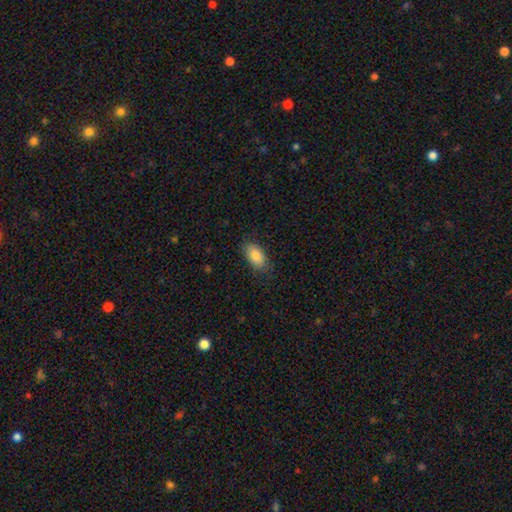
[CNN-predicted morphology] smooth-or-featured: smooth: 87% | star or artifact: 6% | featured or disk: 6%
  how-rounded: in between: 94% | round: 3% | cigar-shaped: 3%
  merging: none: 81% | minor disturbance: 15% | major disturbance: 4% | merger: 1%